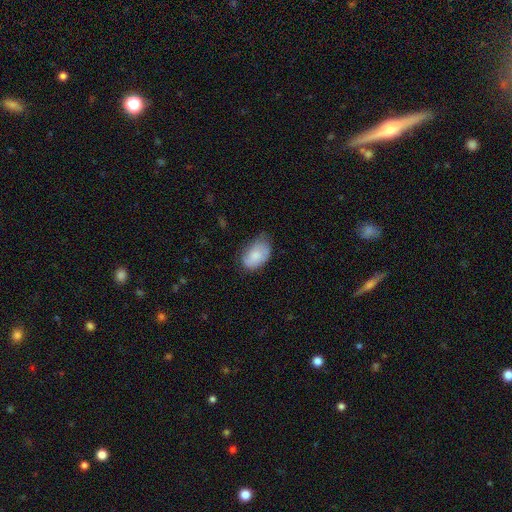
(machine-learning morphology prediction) This is likely a smooth galaxy (77%). How rounded: clearly in between (90%). Merging: possibly none (54%).